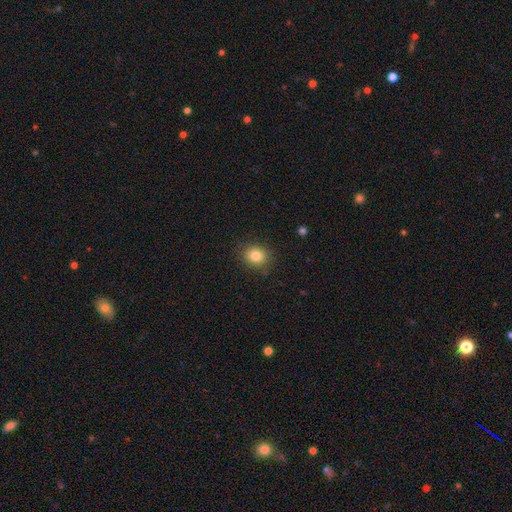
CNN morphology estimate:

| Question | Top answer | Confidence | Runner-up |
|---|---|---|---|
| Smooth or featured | smooth | 83% | star or artifact (11%) |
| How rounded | round | 69% | in between (30%) |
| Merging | none | 86% | minor disturbance (10%) |